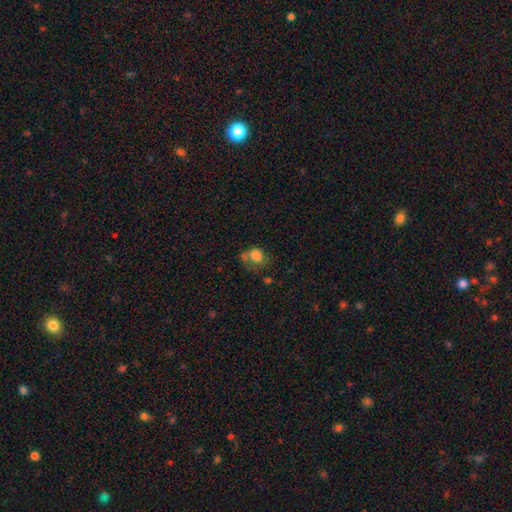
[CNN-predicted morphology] Smooth or featured?
  - smooth: 70% *
  - featured or disk: 18%
  - star or artifact: 11%
How rounded?
  - round: 53% *
  - in between: 46%
  - cigar-shaped: 1%
Merging?
  - major disturbance: 31% * (tied)
  - none: 31% * (tied)
  - minor disturbance: 24%
  - merger: 14%